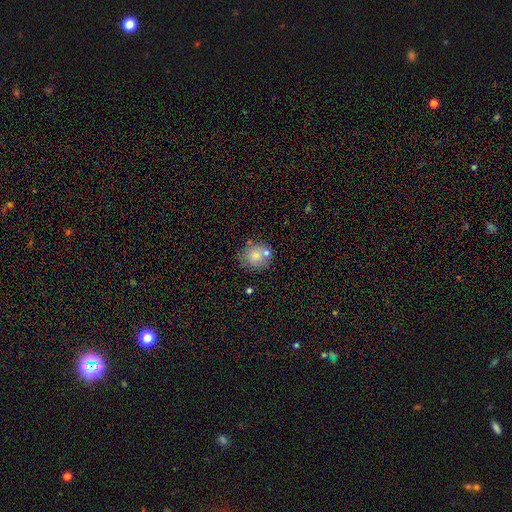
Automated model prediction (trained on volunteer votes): Overall: smooth (75%). How rounded: round (80%). Merging: none (64%).